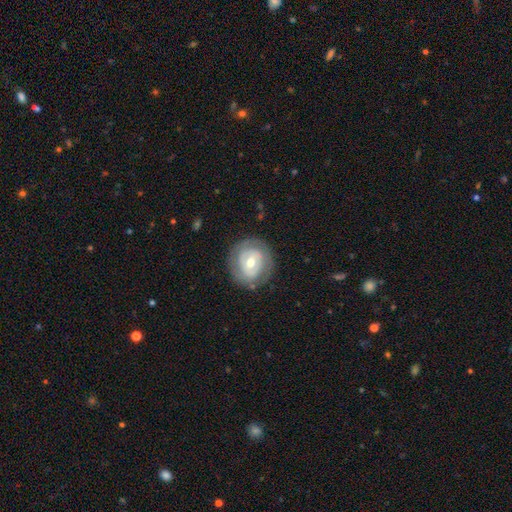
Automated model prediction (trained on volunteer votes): Smooth or featured?
  - featured or disk: 72% *
  - smooth: 21%
  - star or artifact: 7%
Edge-on disk?
  - no: 97% *
  - yes: 3%
Bar?
  - no: 48% *
  - weak: 37%
  - strong: 16%
Spiral arms?
  - yes: 77% *
  - no: 23%
Spiral winding?
  - tight: 75% *
  - medium: 19%
  - loose: 6%
Spiral arm count?
  - 2: 42% *
  - can't tell: 37%
  - 3: 9%
  - 1: 5%
  - 4: 4%
  - more than 4: 3%
Bulge size?
  - moderate: 56% *
  - small: 40%
  - large: 3%
  - none: 1%
  - dominant: 1%
Merging?
  - none: 80% *
  - minor disturbance: 13%
  - major disturbance: 6%
  - merger: 1%